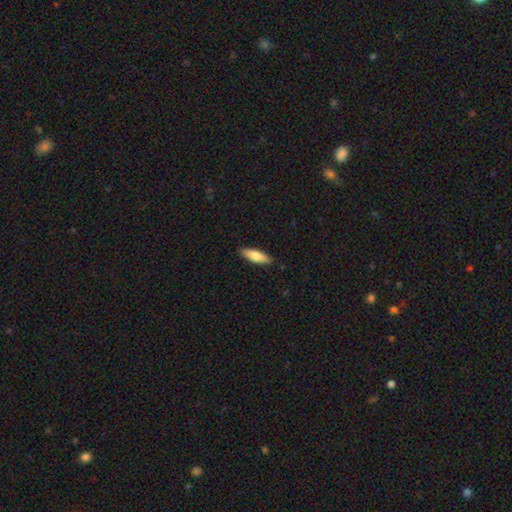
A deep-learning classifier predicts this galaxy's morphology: Overall: smooth (74%). How rounded: in between (51%; cigar-shaped 47%). Merging: none (88%).